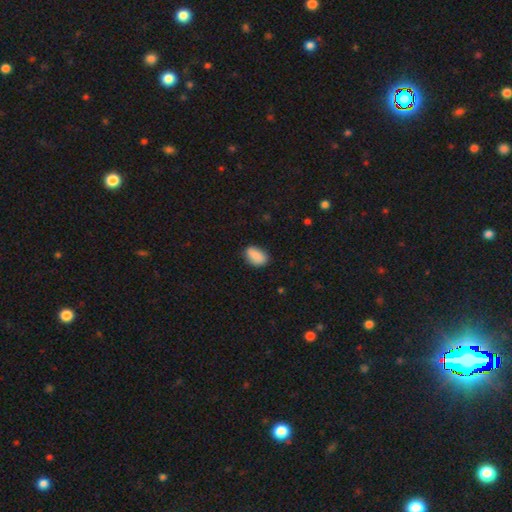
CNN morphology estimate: The model was most divided on "merging": none: 80%, minor disturbance: 16%, major disturbance: 3%, merger: 1%. More confident: how rounded — in between (89%); smooth or featured — smooth (88%).